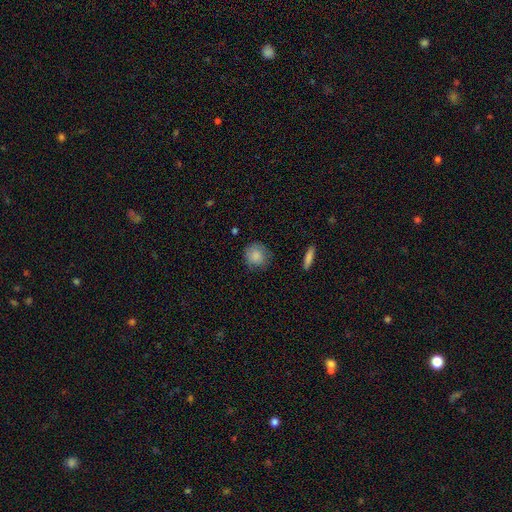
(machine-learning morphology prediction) This is clearly a smooth galaxy (84%). How rounded: clearly round (86%). Merging: likely none (76%).